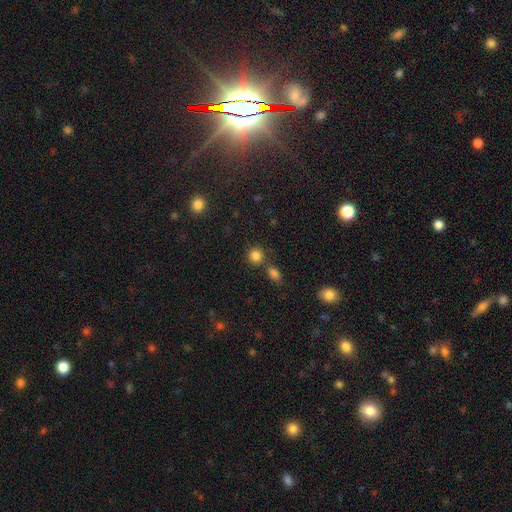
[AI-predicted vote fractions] Smooth or featured?
  - smooth: 83% *
  - star or artifact: 12%
  - featured or disk: 5%
How rounded?
  - round: 86% *
  - in between: 13%
  - cigar-shaped: 1%
Merging?
  - none: 68% *
  - merger: 19%
  - minor disturbance: 9%
  - major disturbance: 4%